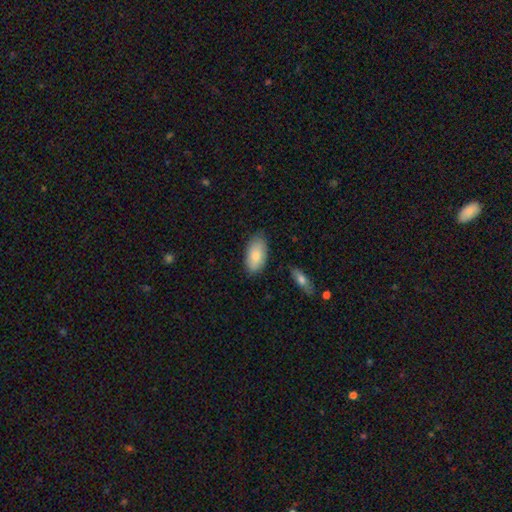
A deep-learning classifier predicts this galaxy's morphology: This appears to be a smooth galaxy with no disk features (83%) that is in between round and cigar-shaped (94%). Merging: none (78%).